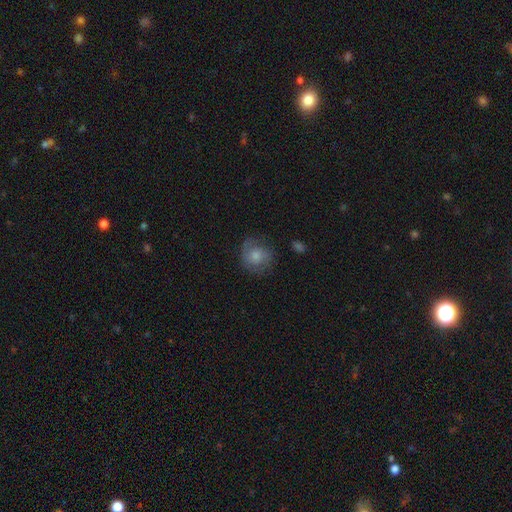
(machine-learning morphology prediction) Q: Smooth or featured?
A: smooth (64%); runner-up: featured or disk (28%)
Q: How rounded?
A: round (81%); runner-up: in between (18%)
Q: Merging?
A: none (64%); runner-up: minor disturbance (23%)